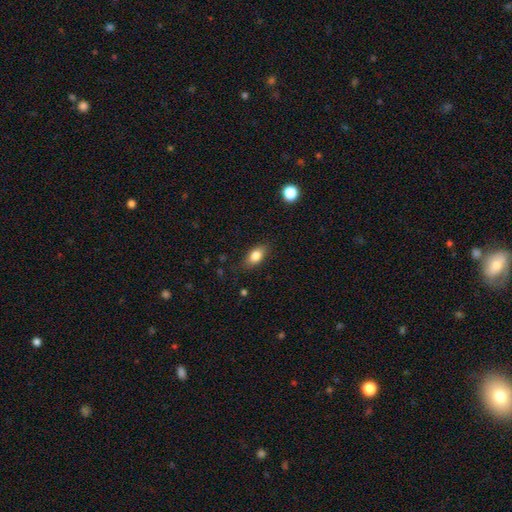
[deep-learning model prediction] Smooth or featured? smooth (82%)
How rounded? in between (85%)
Merging? none (81%)